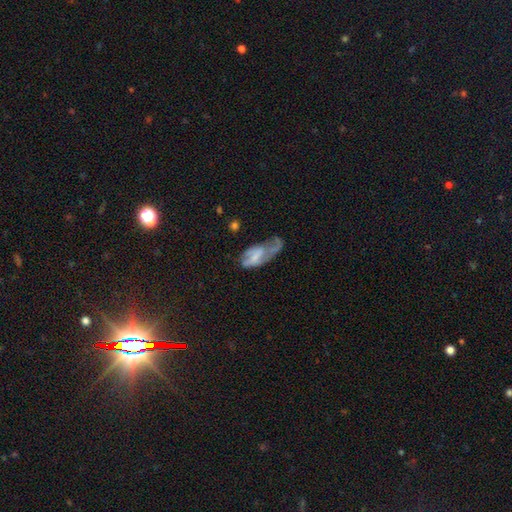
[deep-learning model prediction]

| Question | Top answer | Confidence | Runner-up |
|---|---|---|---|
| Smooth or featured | featured or disk | 54% | smooth (38%) |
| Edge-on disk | no | 93% | yes (7%) |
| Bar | no | 51% | weak (36%) |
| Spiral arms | yes | 60% | no (40%) |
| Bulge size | small | 36% | tied: none (36%) |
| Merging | major disturbance | 49% | minor disturbance (25%) |